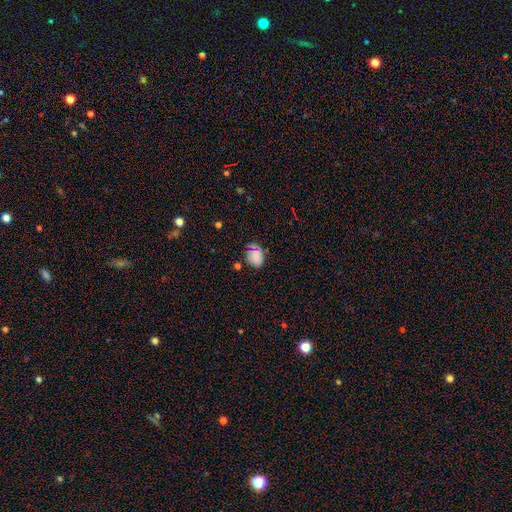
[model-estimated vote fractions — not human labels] Smooth or featured: smooth — 71% (star or artifact — 15%)
How rounded: in between — 57% (round — 41%)
Merging: none — 71% (minor disturbance — 20%)